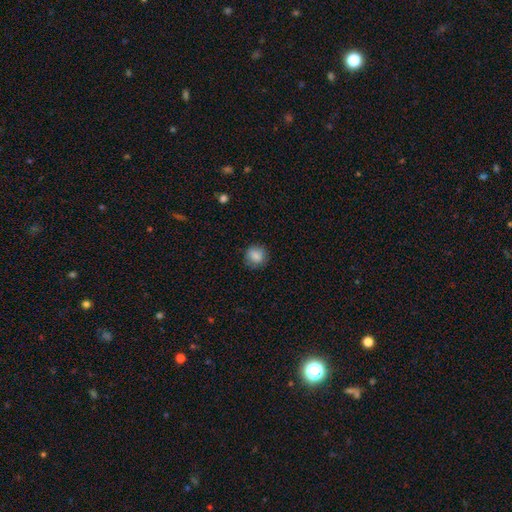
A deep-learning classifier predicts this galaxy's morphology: smooth 86%, star or artifact 9%, featured or disk 5%. Down the decision tree: how rounded — round (87%); merging — none (85%).